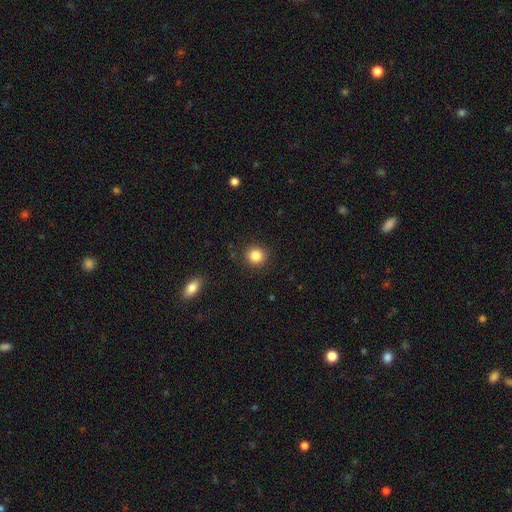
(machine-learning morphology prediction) Smooth or featured?
  - smooth: 85% *
  - star or artifact: 11%
  - featured or disk: 5%
How rounded?
  - round: 91% *
  - in between: 9%
  - cigar-shaped: 1%
Merging?
  - none: 90% *
  - minor disturbance: 7%
  - major disturbance: 2%
  - merger: 1%